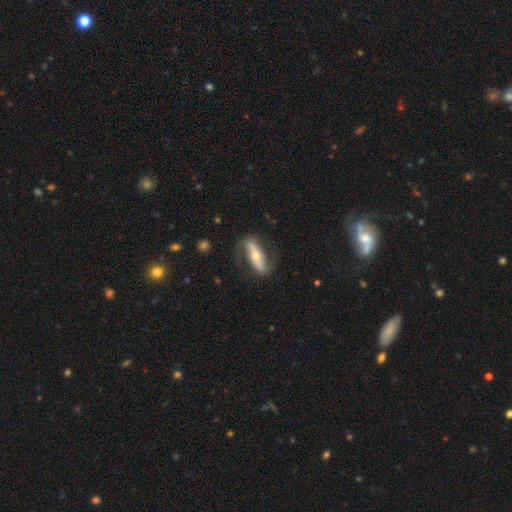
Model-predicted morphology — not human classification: A featured or disk galaxy (74%) with a strong bar (55%), spiral arms (83%) and a moderate central bulge (56%).

Vote fractions:
- Smooth or featured? featured or disk: 74% / smooth: 20% / star or artifact: 6%
- Edge-on disk? no: 79% / yes: 21%
- Bar? strong: 55% / no: 28% / weak: 17%
- Spiral arms? yes: 83% / no: 17%
- Bulge size? moderate: 56% / small: 37% / large: 4% / dominant: 1% / none: 1%
- Merging? none: 73% / minor disturbance: 16% / major disturbance: 9% / merger: 2%